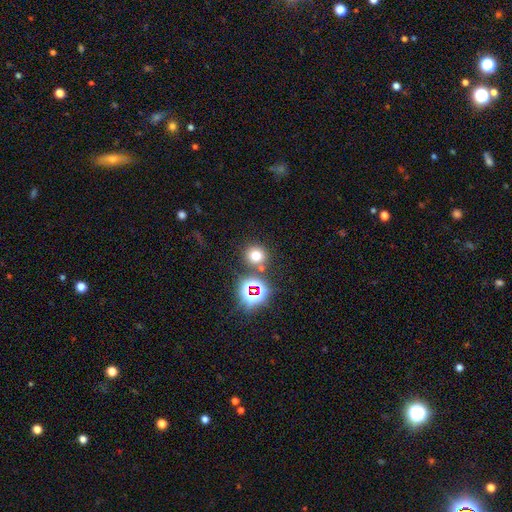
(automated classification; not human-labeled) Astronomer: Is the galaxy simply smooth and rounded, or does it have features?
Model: smooth — 67%.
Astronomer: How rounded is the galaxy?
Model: round — 88%.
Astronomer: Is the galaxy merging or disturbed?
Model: none — 77%.